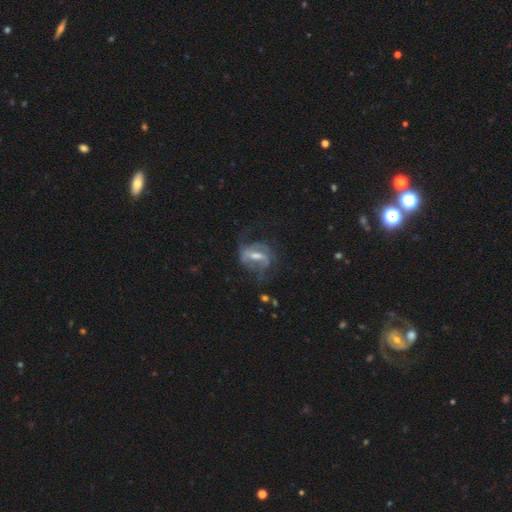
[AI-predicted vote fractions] Smooth or featured? featured or disk (78%)
Edge-on disk? no (93%)
Bar? strong (48%)
Spiral arms? yes (81%)
Spiral winding? medium (43%)
Spiral arm count? 2 (58%)
Bulge size? moderate (53%)
Merging? none (48%)